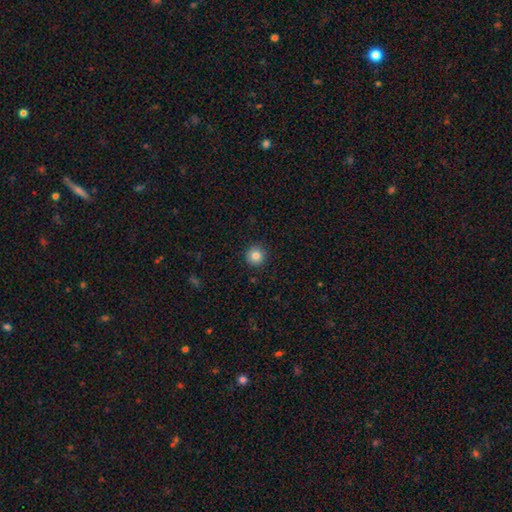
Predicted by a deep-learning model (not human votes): Smooth or featured? Predicted: smooth (p=0.84). How rounded? Predicted: round (p=0.95). Merging? Predicted: none (p=0.91).